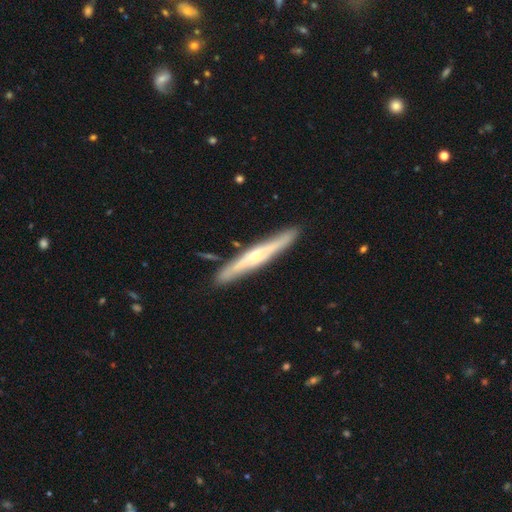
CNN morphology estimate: smooth_or_featured: featured or disk (p=0.69) [alt: smooth p=0.26]
disk_edge_on: yes (p=0.90) [alt: no p=0.10]
edge_on_bulge: rounded (p=0.78) [alt: none p=0.18]
merging: none (p=0.87) [alt: minor disturbance p=0.09]